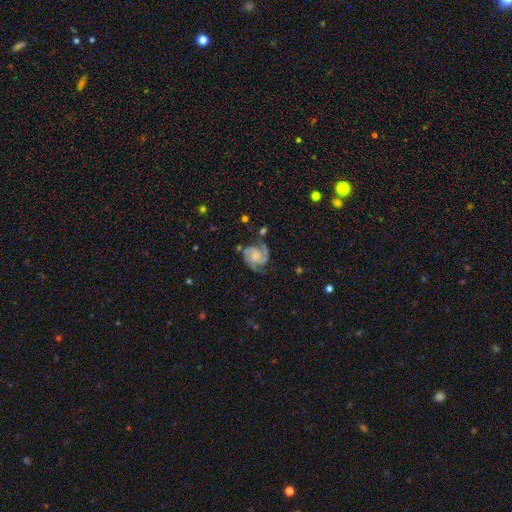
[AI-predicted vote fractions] Overall: featured or disk (86%). Edge-on disk: no (98%). Bar: no (66%; weak 28%). Spiral arms: yes (97%). Spiral arm count: 2 (55%; 3 29%). Spiral winding: tight (46%; medium 44%). Bulge size: small (36%; moderate 33%). Merging: none (65%).